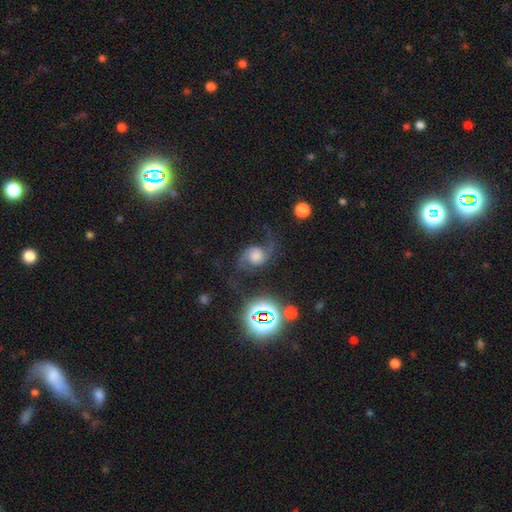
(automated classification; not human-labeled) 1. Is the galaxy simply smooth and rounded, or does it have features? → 76% featured or disk, 12% smooth, 12% star or artifact.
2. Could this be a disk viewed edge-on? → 97% no, 3% yes.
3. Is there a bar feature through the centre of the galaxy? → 64% no, 28% weak, 8% strong.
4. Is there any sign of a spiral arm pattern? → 96% yes, 4% no.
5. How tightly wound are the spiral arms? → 73% loose, 23% medium, 4% tight.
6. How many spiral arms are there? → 91% 2, 4% 1, 2% can't tell, 1% 3, 1% 4, 1% more than 4.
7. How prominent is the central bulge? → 32% large, 27% moderate, 15% none, 14% small, 12% dominant.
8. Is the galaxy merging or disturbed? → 66% none, 18% minor disturbance, 13% major disturbance, 3% merger.